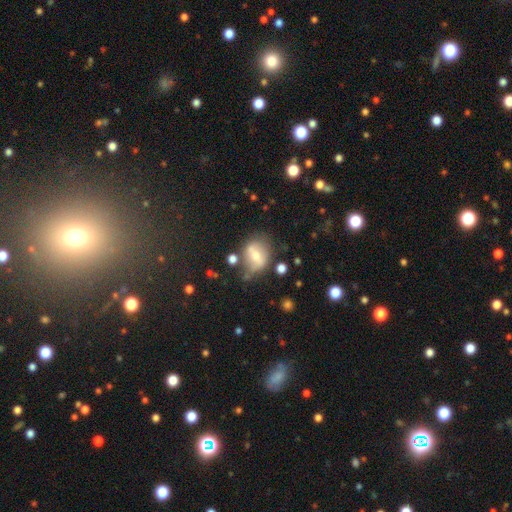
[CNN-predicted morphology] Smooth or featured? Predicted: smooth (p=0.54). How rounded? Predicted: in between (p=0.56). Merging? Predicted: none (p=0.50).